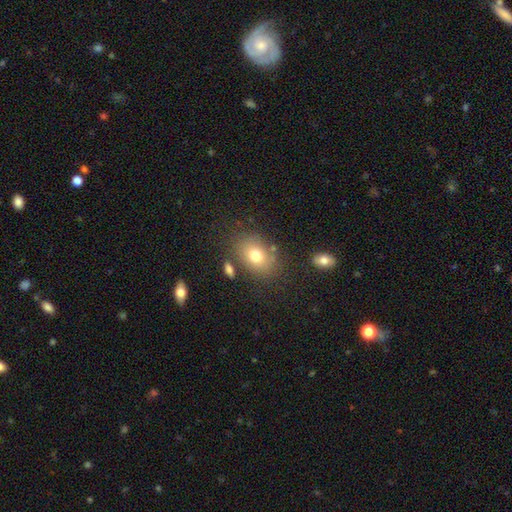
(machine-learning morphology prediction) Smooth or featured?
  - smooth: 75% *
  - featured or disk: 14%
  - star or artifact: 11%
How rounded?
  - in between: 69% *
  - round: 29%
  - cigar-shaped: 1%
Merging?
  - none: 76% *
  - minor disturbance: 13%
  - merger: 6%
  - major disturbance: 5%